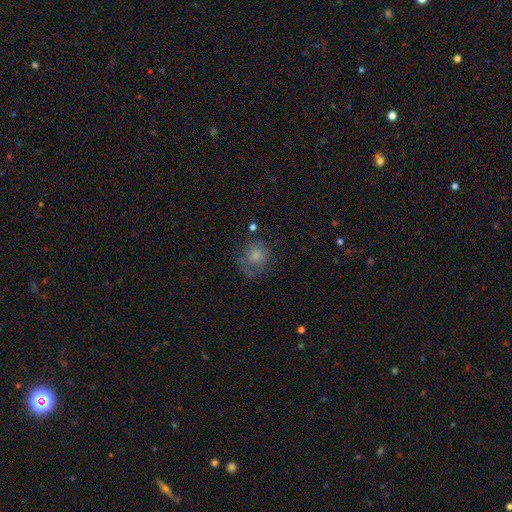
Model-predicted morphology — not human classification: smooth_or_featured: smooth (p=0.73) [alt: featured or disk p=0.17]
how_rounded: round (p=0.83) [alt: in between p=0.16]
merging: none (p=0.57) [alt: minor disturbance p=0.24]